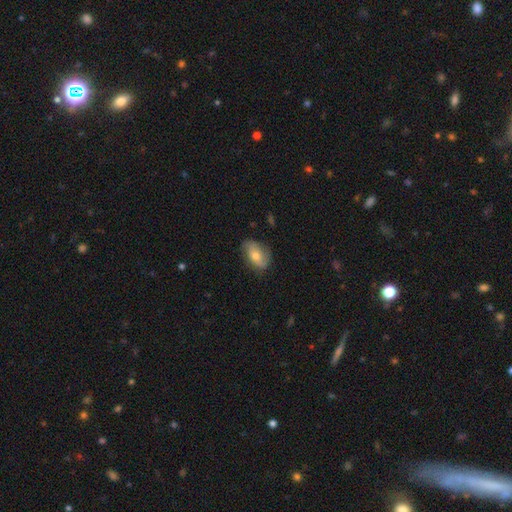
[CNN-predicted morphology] smooth 51%, featured or disk 41%, star or artifact 8%. Down the decision tree: how rounded — in between (85%); merging — none (73%).